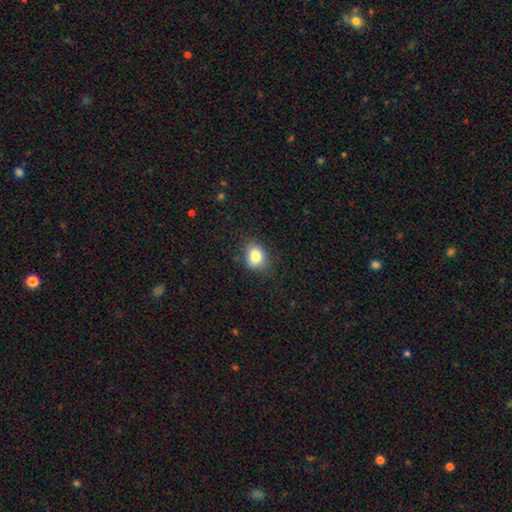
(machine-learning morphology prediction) smooth_or_featured: smooth (p=0.82) [alt: star or artifact p=0.10]
how_rounded: in between (p=0.50) [alt: round p=0.49]
merging: none (p=0.79) [alt: minor disturbance p=0.16]